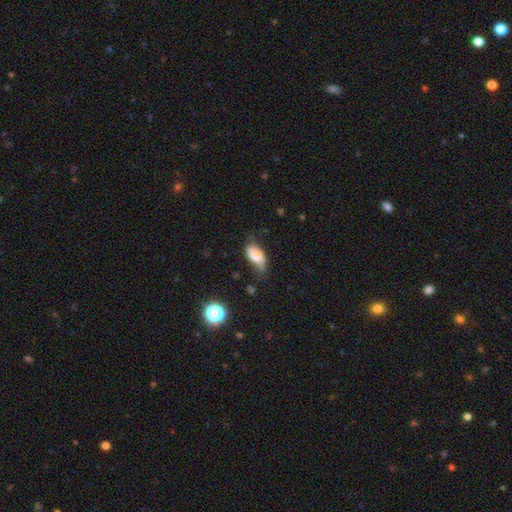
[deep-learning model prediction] smooth 70%, featured or disk 21%, star or artifact 9%. Down the decision tree: how rounded — in between (89%); merging — none (46%).